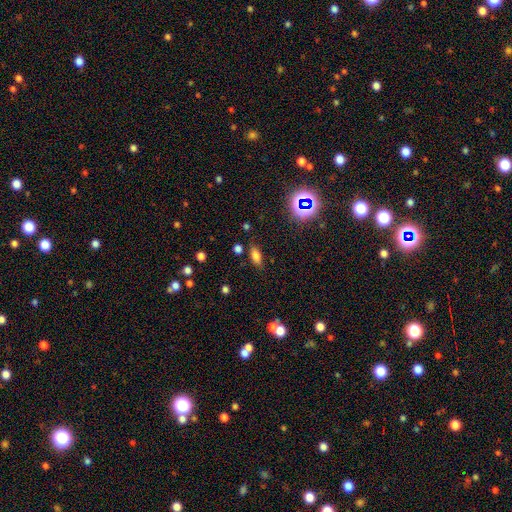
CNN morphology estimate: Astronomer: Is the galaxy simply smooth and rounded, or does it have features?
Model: smooth — 74%.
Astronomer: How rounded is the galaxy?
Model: in between — 80%.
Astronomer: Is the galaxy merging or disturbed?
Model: none — 81%.